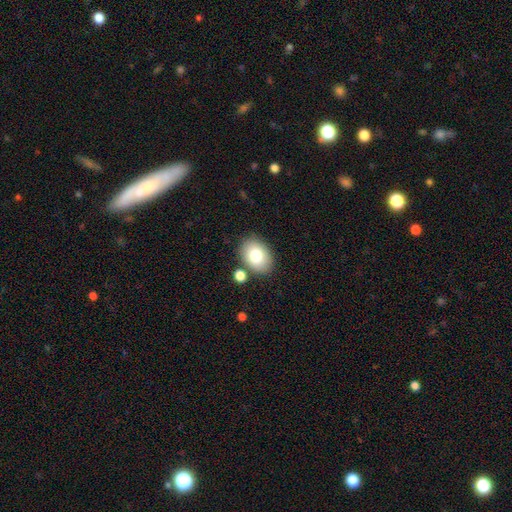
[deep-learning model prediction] smooth_or_featured: smooth (p=0.80) [alt: featured or disk p=0.12]
how_rounded: in between (p=0.74) [alt: round p=0.25]
merging: none (p=0.78) [alt: minor disturbance p=0.11]